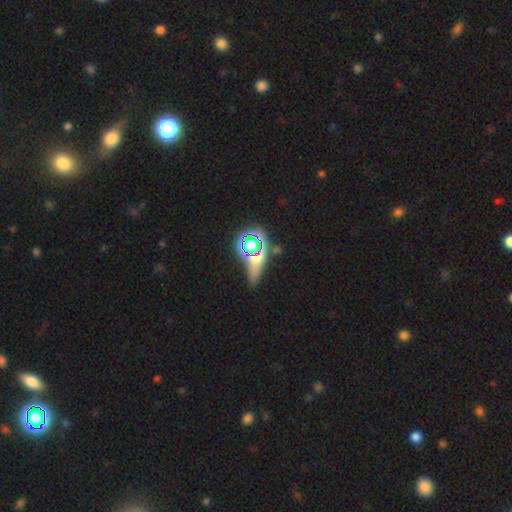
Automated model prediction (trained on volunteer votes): Q: Smooth or featured?
A: star or artifact (45%); runner-up: smooth (39%)